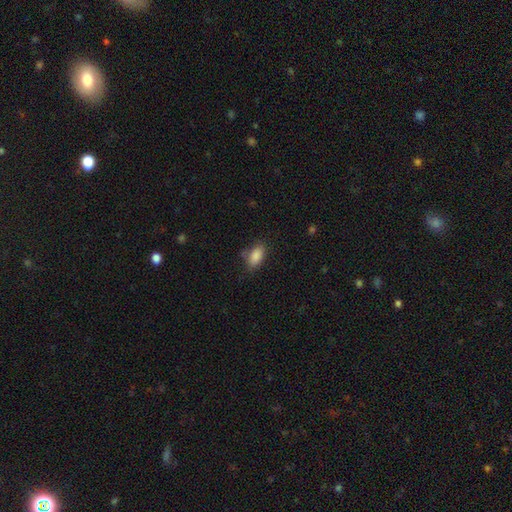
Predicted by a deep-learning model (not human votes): Overall: smooth (86%). How rounded: in between (91%). Merging: none (76%).